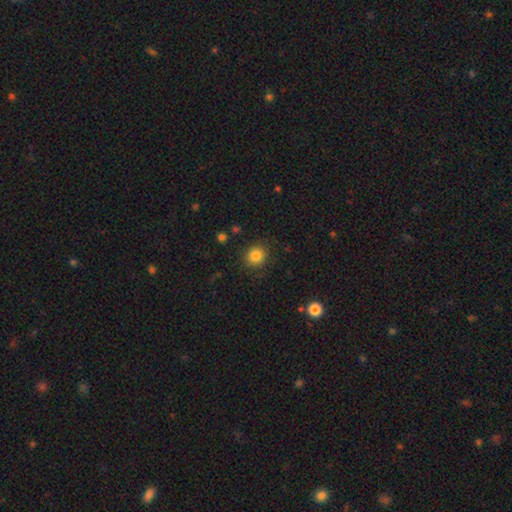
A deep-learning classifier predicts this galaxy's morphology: smooth 83%, star or artifact 11%, featured or disk 5%. Down the decision tree: how rounded — round (87%); merging — none (88%).